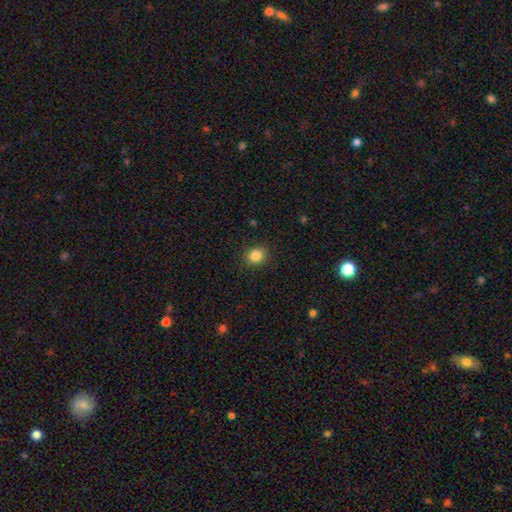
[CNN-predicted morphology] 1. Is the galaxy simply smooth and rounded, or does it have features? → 85% smooth, 11% star or artifact, 5% featured or disk.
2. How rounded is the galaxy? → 75% round, 24% in between, 1% cigar-shaped.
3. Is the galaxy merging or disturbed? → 89% none, 8% minor disturbance, 2% major disturbance, 1% merger.